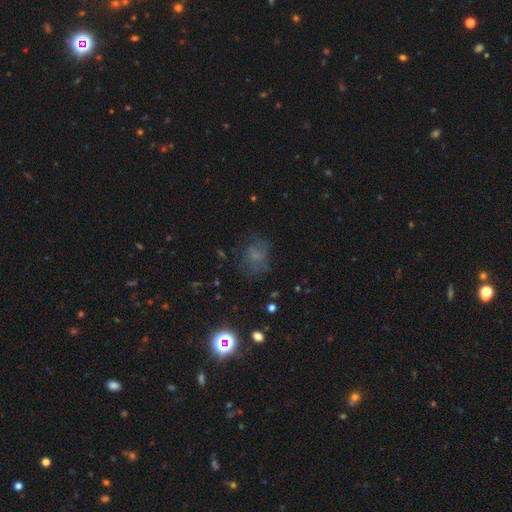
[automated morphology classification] smooth 49%, star or artifact 25%, featured or disk 25%. Down the decision tree: merging — none (59%).